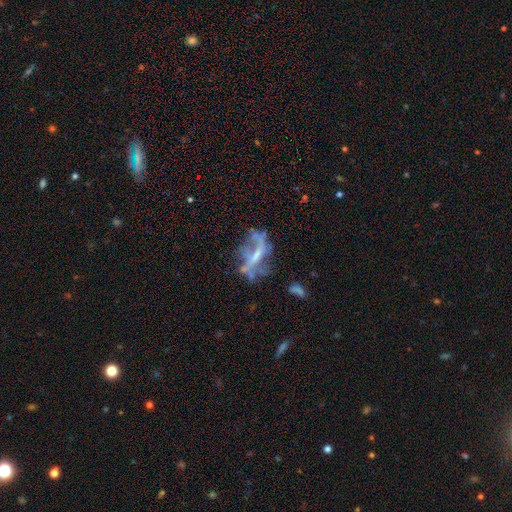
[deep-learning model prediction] smooth_or_featured: featured or disk (p=0.71) [alt: smooth p=0.17]
disk_edge_on: no (p=0.90) [alt: yes p=0.10]
bar: weak (p=0.36) [alt: no p=0.34]
has_spiral_arms: yes (p=0.53) [alt: no p=0.47]
bulge_size: small (p=0.37) [alt: none p=0.36]
merging: none (p=0.42) [alt: major disturbance p=0.28]